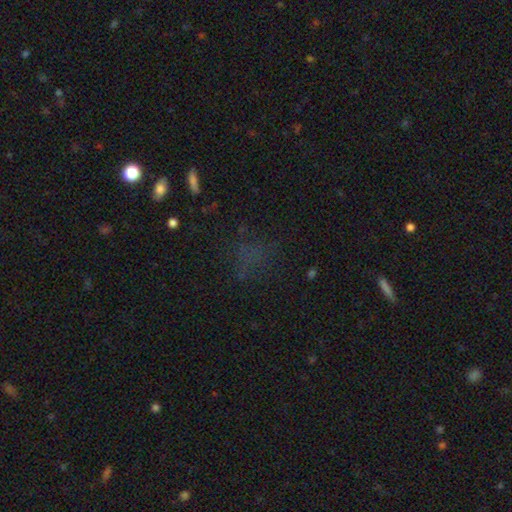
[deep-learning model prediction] This appears to be a smooth galaxy with no disk features (43%). Merging: none (66%).